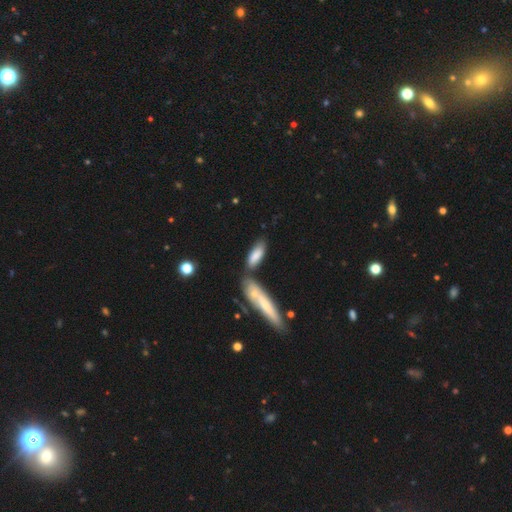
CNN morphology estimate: A smooth galaxy with no disk features (79%) that is in between round and cigar-shaped (62%). Merging: none (56%).